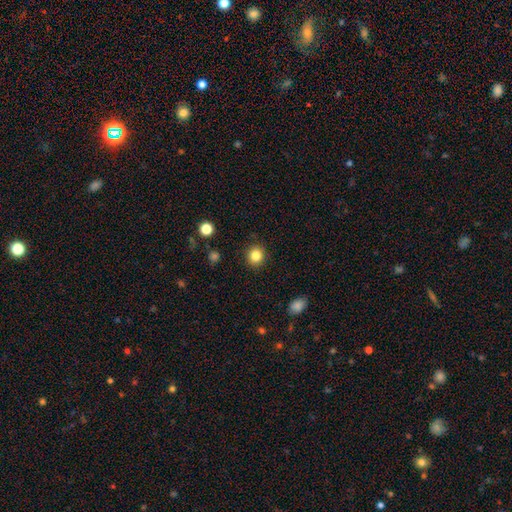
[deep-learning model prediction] Morphology: type=smooth (83%); roundness=round (88%); merging=none (90%).